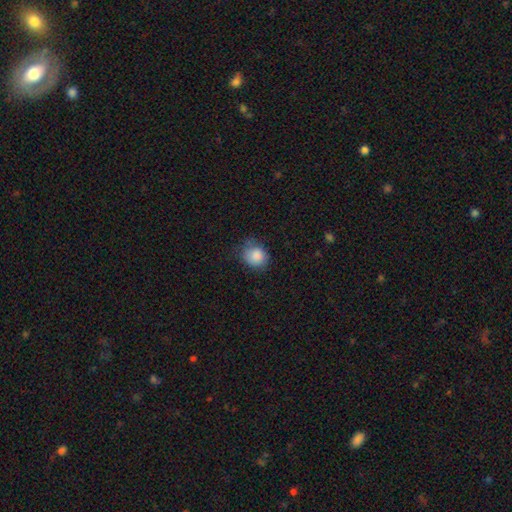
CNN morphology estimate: Smooth or featured? Predicted: smooth (p=0.85). How rounded? Predicted: round (p=0.67). Merging? Predicted: none (p=0.57).